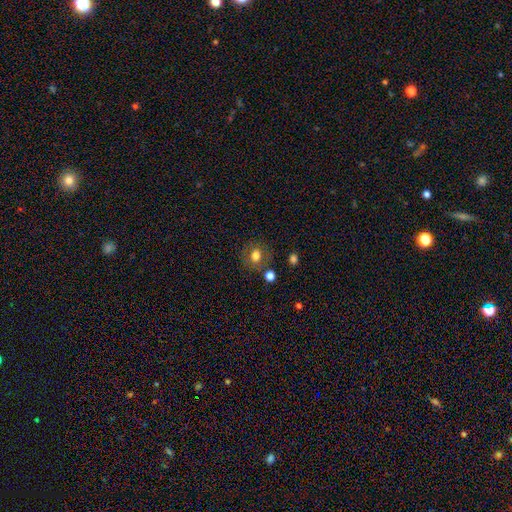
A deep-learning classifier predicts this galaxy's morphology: Overall: smooth (74%). How rounded: round (67%; in between 32%). Merging: none (77%).